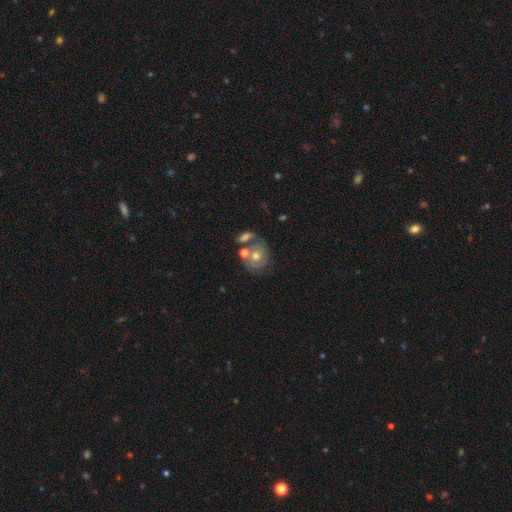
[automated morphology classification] A featured or disk galaxy (55%) with no bar (82%), spiral arms (60%) and a moderate central bulge (68%). Merging: none (50%).